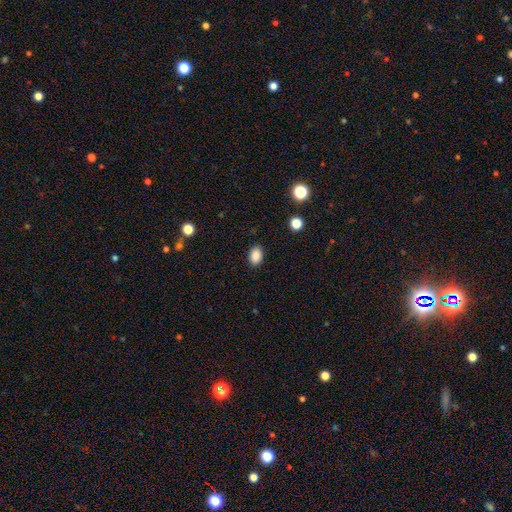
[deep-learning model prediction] Overall: smooth (88%). How rounded: in between (82%). Merging: none (89%).